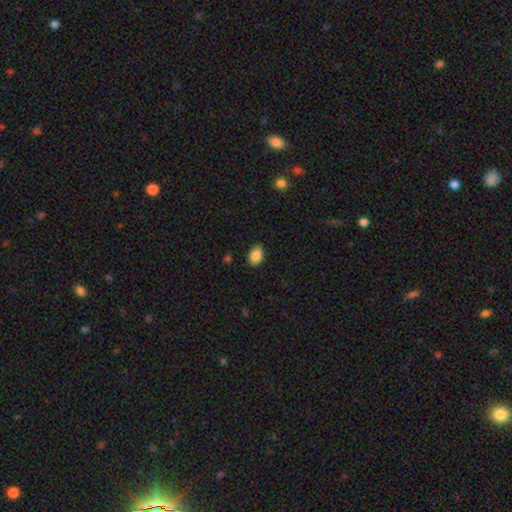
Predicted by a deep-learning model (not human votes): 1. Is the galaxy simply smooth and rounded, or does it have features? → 87% smooth, 8% star or artifact, 5% featured or disk.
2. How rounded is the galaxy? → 85% in between, 14% round, 1% cigar-shaped.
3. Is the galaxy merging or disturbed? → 86% none, 10% minor disturbance, 2% major disturbance, 1% merger.